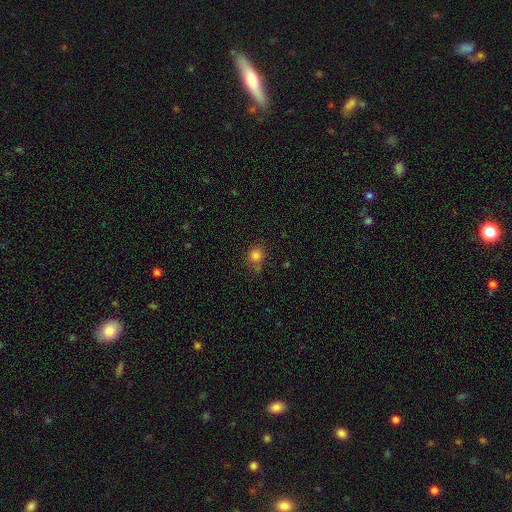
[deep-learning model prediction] A smooth galaxy with no disk features (82%) that is round (84%).

Vote fractions:
- Smooth or featured? smooth: 82% / star or artifact: 13% / featured or disk: 5%
- How rounded? round: 84% / in between: 15% / cigar-shaped: 1%
- Merging? none: 67% / minor disturbance: 20% / merger: 7% / major disturbance: 6%